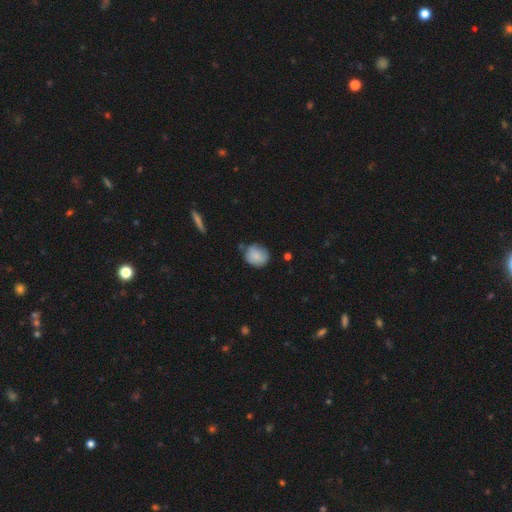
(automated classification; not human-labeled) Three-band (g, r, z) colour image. It shows a smooth galaxy with no disk features (83%) that is round (69%). Merging: none (63%).